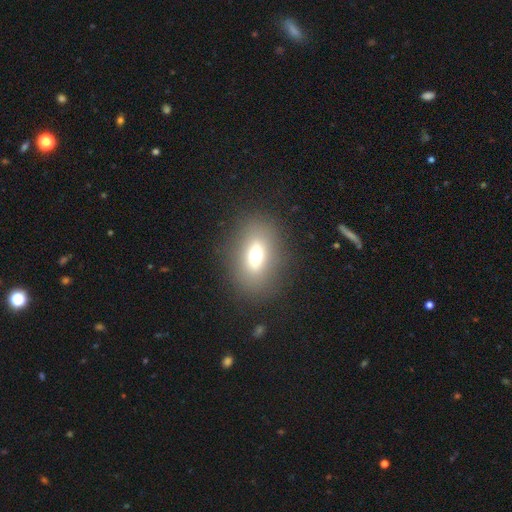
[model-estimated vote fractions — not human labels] Q: Smooth or featured?
A: smooth (63%); runner-up: featured or disk (24%)
Q: How rounded?
A: in between (74%); runner-up: round (21%)
Q: Merging?
A: none (85%); runner-up: minor disturbance (9%)